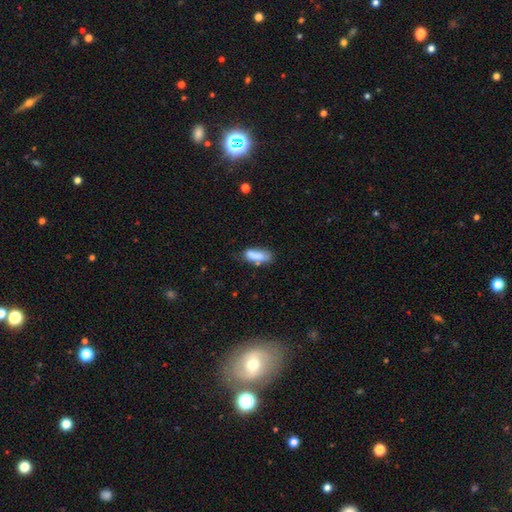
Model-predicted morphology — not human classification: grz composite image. It shows a smooth galaxy with no disk features (81%) that is in between round and cigar-shaped (67%). Merging: none (53%).